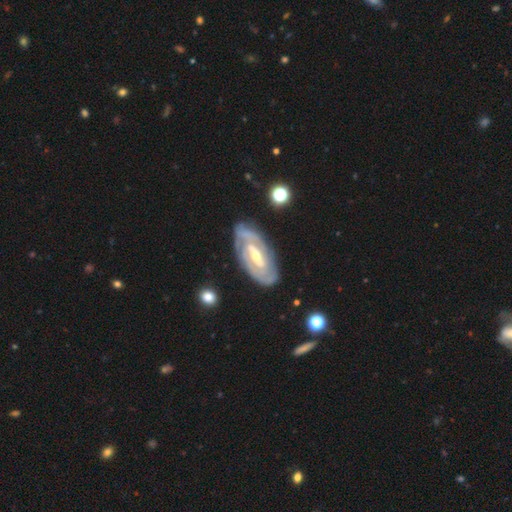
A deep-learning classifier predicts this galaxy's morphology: featured or disk 84%, smooth 11%, star or artifact 5%. Down the decision tree: edge-on disk — no (92%); bar — weak (42%); spiral arms — yes (91%); spiral arm count — 2 (57%); spiral winding — tight (64%); bulge size — moderate (52%); merging — none (78%).